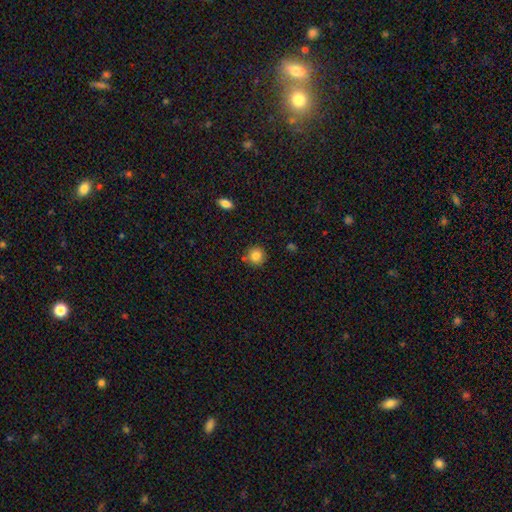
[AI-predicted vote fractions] This appears to be a smooth galaxy with no disk features (84%) that is round (93%). Merging: none (84%).